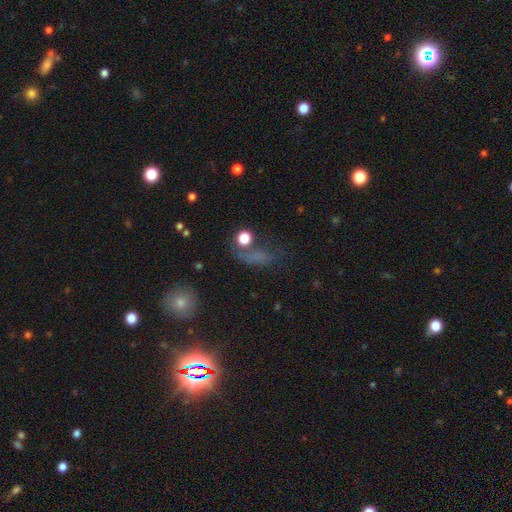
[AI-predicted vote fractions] smooth_or_featured: smooth (p=0.48) [alt: star or artifact p=0.35]
merging: none (p=0.51) [alt: major disturbance p=0.21]